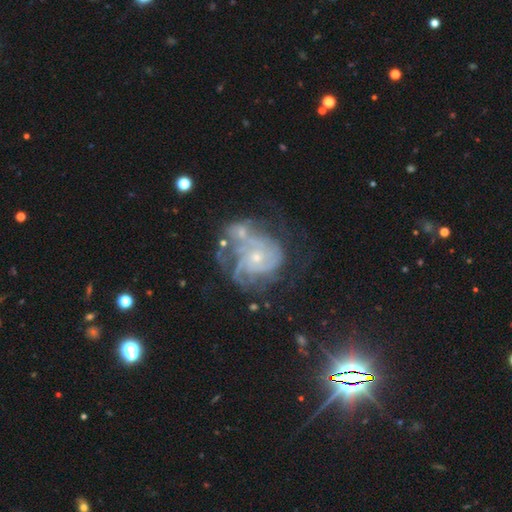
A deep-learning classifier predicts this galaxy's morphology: Smooth or featured?
  - featured or disk: 82% *
  - smooth: 9%
  - star or artifact: 9%
Edge-on disk?
  - no: 98% *
  - yes: 2%
Bar?
  - no: 78% *
  - weak: 19%
  - strong: 4%
Spiral arms?
  - yes: 90% *
  - no: 10%
Spiral winding?
  - tight: 60% *
  - medium: 31%
  - loose: 10%
Spiral arm count?
  - can't tell: 36% *
  - 3: 24%
  - 2: 15%
  - 4: 13%
  - more than 4: 6%
  - 1: 6%
Bulge size?
  - small: 68% *
  - moderate: 27%
  - none: 3%
  - large: 1%
  - dominant: 1%
Merging?
  - none: 38% *
  - major disturbance: 23%
  - merger: 20%
  - minor disturbance: 19%